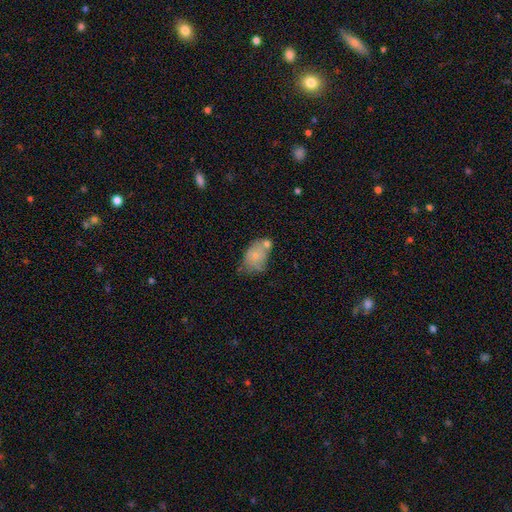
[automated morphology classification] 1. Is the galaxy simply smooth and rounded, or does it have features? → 69% smooth, 23% featured or disk, 8% star or artifact.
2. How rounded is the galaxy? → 85% in between, 14% round, 2% cigar-shaped.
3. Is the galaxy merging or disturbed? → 32% none, 31% merger, 26% minor disturbance, 12% major disturbance.